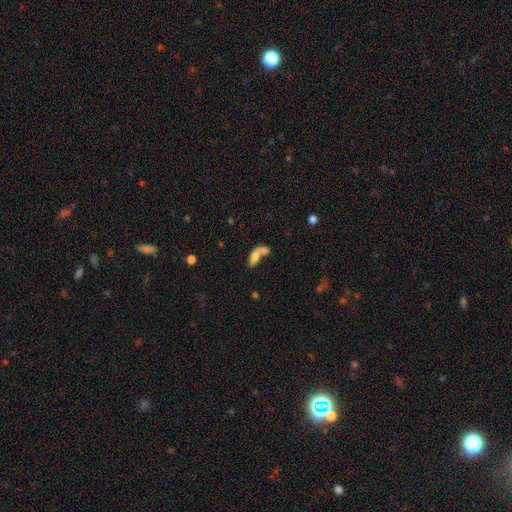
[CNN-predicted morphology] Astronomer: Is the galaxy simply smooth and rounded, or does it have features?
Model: smooth — 70%.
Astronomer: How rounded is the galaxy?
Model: in between — 76%.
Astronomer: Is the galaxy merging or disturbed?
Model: merger — 65%.